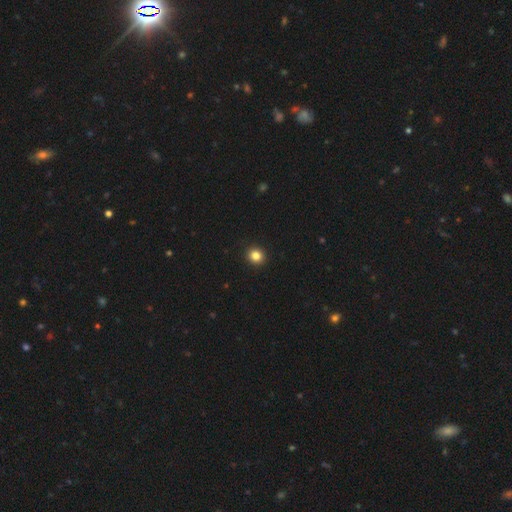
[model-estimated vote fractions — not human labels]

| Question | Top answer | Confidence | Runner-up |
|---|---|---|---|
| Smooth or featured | smooth | 85% | star or artifact (11%) |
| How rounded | round | 83% | in between (16%) |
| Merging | none | 93% | minor disturbance (4%) |